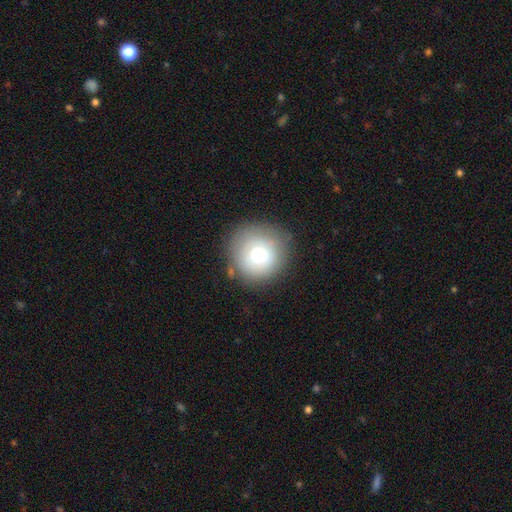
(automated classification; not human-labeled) Overall: smooth (60%; featured or disk 23%). How rounded: round (95%). Merging: none (85%).